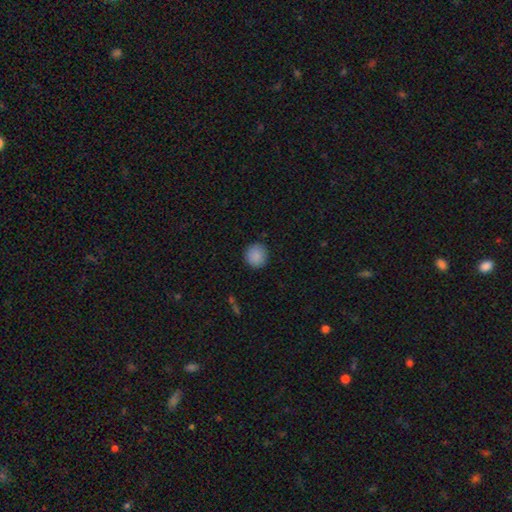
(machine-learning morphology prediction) smooth-or-featured: smooth: 89% | star or artifact: 8% | featured or disk: 3%
  how-rounded: round: 92% | in between: 7% | cigar-shaped: 1%
  merging: none: 90% | minor disturbance: 7% | major disturbance: 2% | merger: 1%